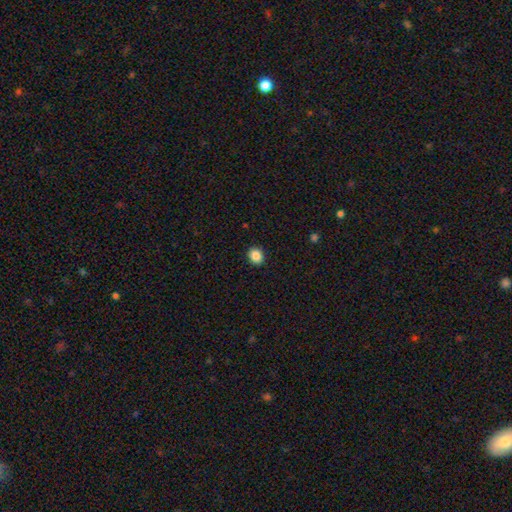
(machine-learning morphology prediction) Overall: smooth (87%). How rounded: round (61%; in between 39%). Merging: none (91%).